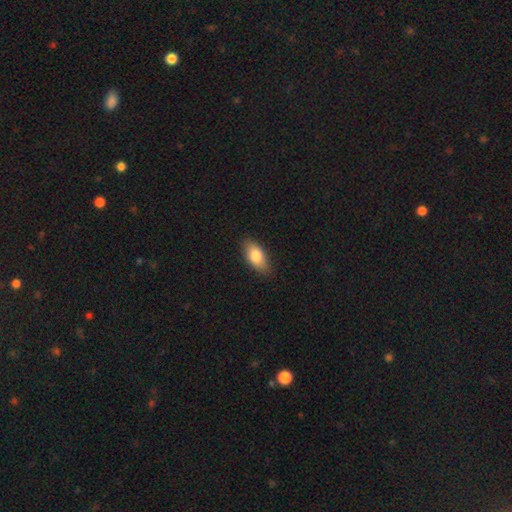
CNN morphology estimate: The model was most divided on "smooth or featured": smooth: 81%, featured or disk: 13%, star or artifact: 6%. More confident: how rounded — in between (89%); merging — none (85%).